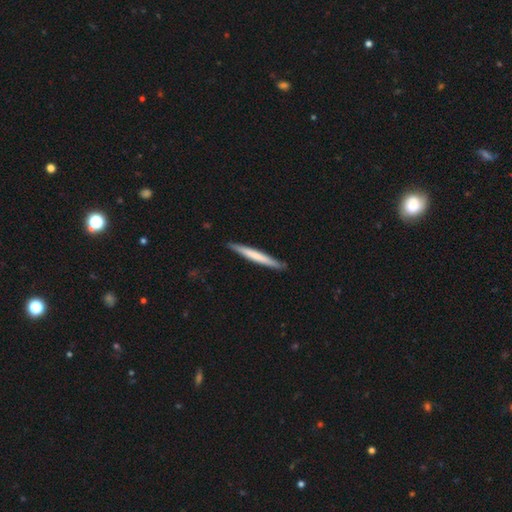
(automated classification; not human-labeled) Smooth or featured? smooth (61%)
How rounded? cigar-shaped (97%)
Merging? none (89%)